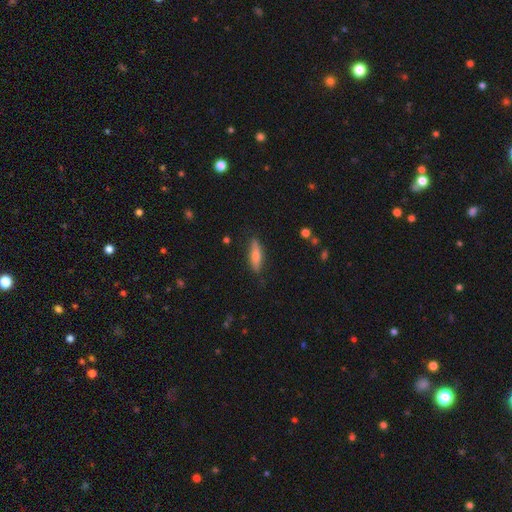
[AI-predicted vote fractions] The model was most divided on "how rounded": cigar-shaped: 64%, in between: 34%, round: 2%. More confident: merging — none (82%); smooth or featured — smooth (70%).